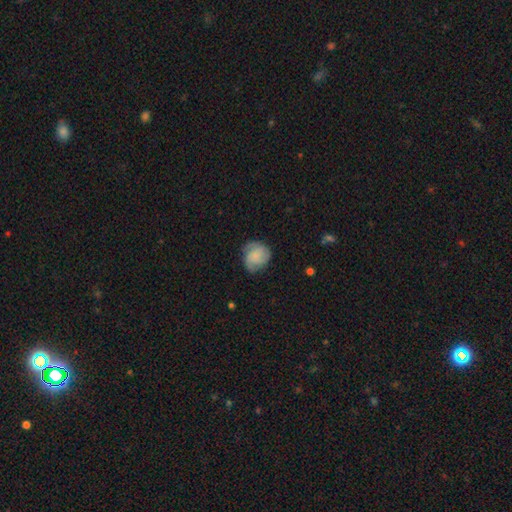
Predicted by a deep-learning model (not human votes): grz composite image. It shows a smooth galaxy with no disk features (51%) that is round (73%). Merging: none (64%).